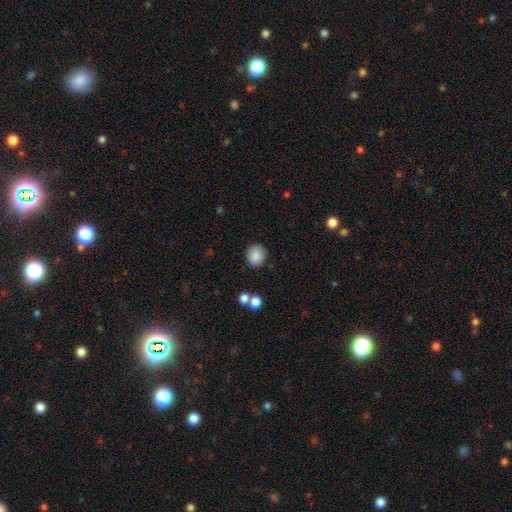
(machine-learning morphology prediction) smooth-or-featured: smooth: 87% | star or artifact: 9% | featured or disk: 4%
  how-rounded: round: 81% | in between: 18% | cigar-shaped: 1%
  merging: none: 85% | minor disturbance: 9% | merger: 3% | major disturbance: 3%